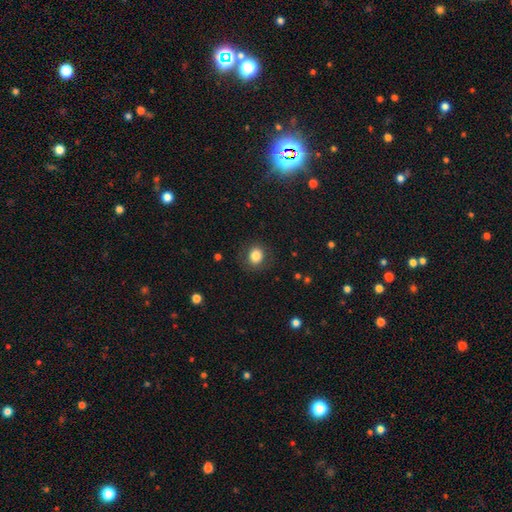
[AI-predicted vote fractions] Overall: smooth (82%). How rounded: round (74%). Merging: none (85%).